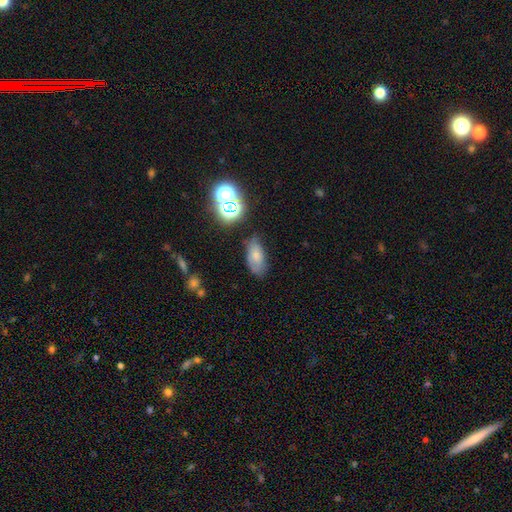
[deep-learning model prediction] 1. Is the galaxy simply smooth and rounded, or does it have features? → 71% smooth, 15% featured or disk, 15% star or artifact.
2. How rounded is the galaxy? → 90% in between, 5% cigar-shaped, 5% round.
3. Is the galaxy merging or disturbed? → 66% none, 23% minor disturbance, 7% major disturbance, 4% merger.